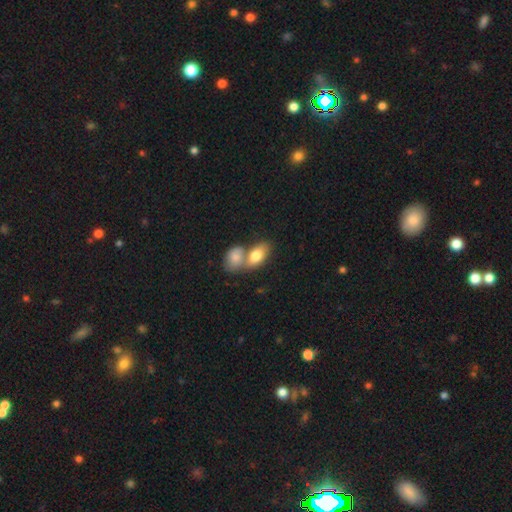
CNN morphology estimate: A smooth galaxy with no disk features (79%) that is in between round and cigar-shaped (89%). Merging: merger (62%).